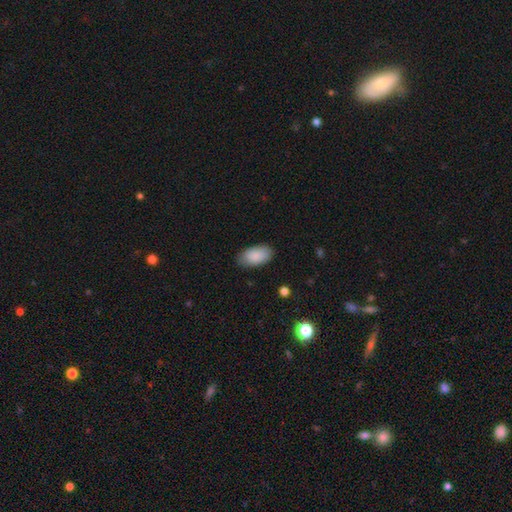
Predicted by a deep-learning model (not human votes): A smooth galaxy with no disk features (89%) that is in between round and cigar-shaped (95%).

Vote fractions:
- Smooth or featured? smooth: 89% / star or artifact: 6% / featured or disk: 5%
- How rounded? in between: 95% / round: 3% / cigar-shaped: 2%
- Merging? none: 83% / minor disturbance: 13% / major disturbance: 3% / merger: 1%